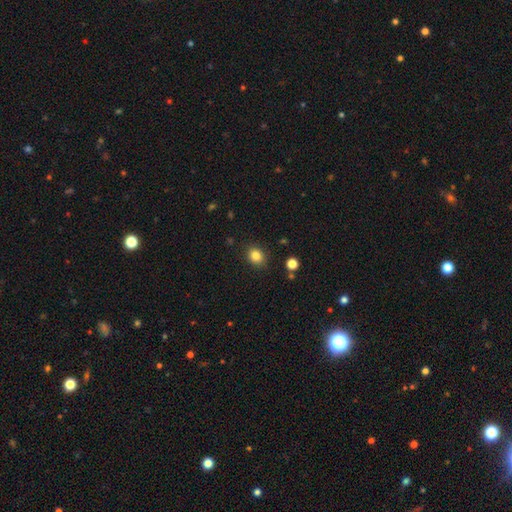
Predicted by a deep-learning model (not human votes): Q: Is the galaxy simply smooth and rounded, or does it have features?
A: smooth — 84%.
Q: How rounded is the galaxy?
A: round — 61%.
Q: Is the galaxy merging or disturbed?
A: none — 87%.